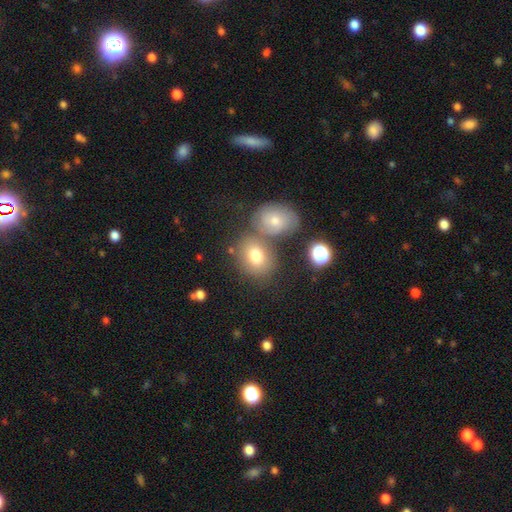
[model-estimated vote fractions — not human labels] A smooth galaxy with no disk features (73%) that is round (56%).

Vote fractions:
- Smooth or featured? smooth: 73% / featured or disk: 14% / star or artifact: 13%
- How rounded? round: 56% / in between: 43% / cigar-shaped: 1%
- Merging? none: 55% / merger: 29% / minor disturbance: 12% / major disturbance: 5%